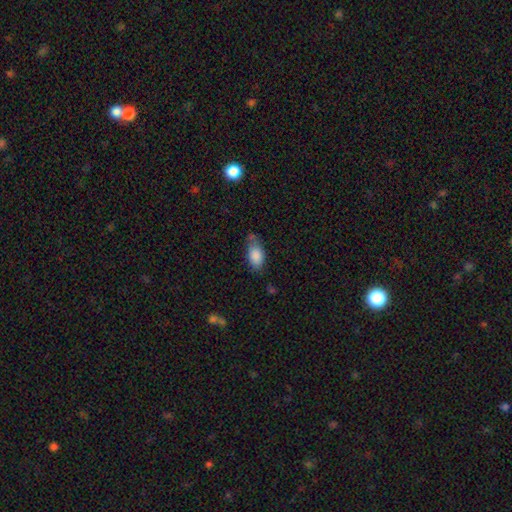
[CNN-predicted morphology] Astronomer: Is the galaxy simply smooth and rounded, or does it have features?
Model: smooth — 85%.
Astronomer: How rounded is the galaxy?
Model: in between — 91%.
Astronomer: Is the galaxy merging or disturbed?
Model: none — 52% (runner-up: minor disturbance, 33%).